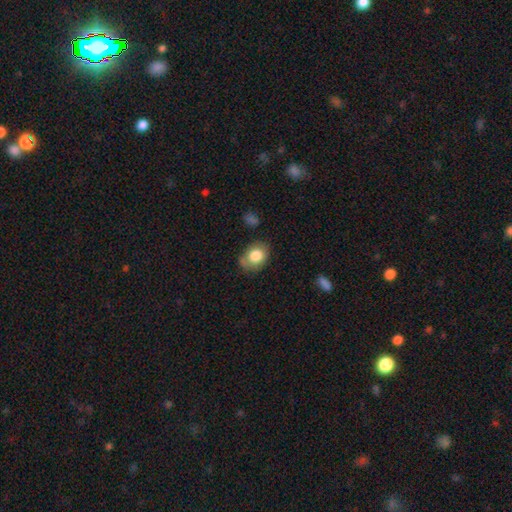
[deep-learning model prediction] smooth 80%, featured or disk 12%, star or artifact 8%. Down the decision tree: how rounded — in between (65%); merging — none (66%).